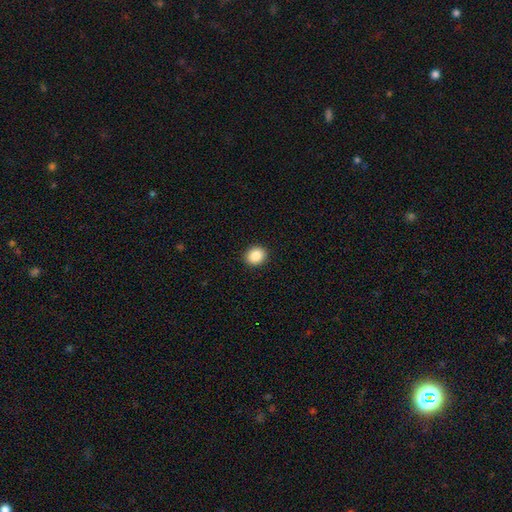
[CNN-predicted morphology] Smooth or featured: smooth — 87% (star or artifact — 9%)
How rounded: round — 73% (in between — 27%)
Merging: none — 92% (minor disturbance — 6%)